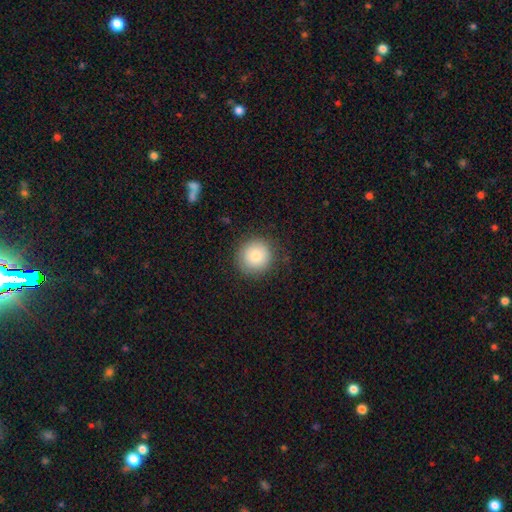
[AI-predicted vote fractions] Smooth or featured? smooth (82%)
How rounded? round (94%)
Merging? none (86%)